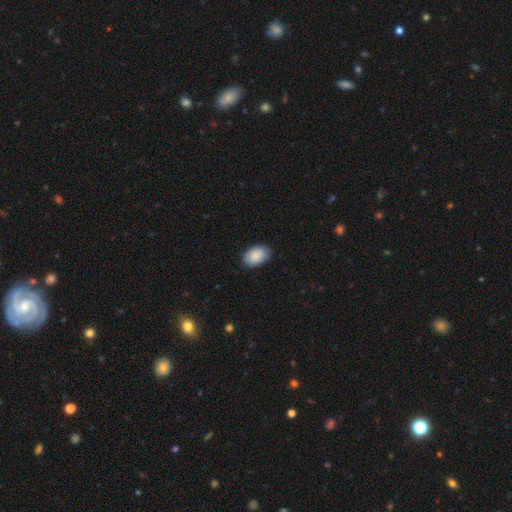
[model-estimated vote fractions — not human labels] A smooth galaxy with no disk features (90%) that is in between round and cigar-shaped (93%). Merging: none (87%).